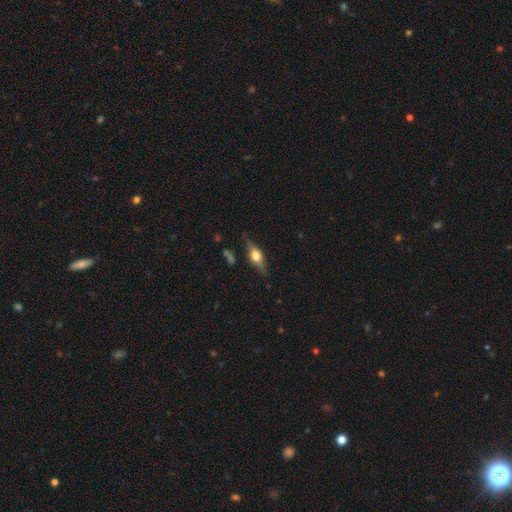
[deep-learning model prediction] Smooth or featured? Predicted: featured or disk (p=0.61). Edge-on disk? Predicted: yes (p=0.93). Edge-on bulge? Predicted: rounded (p=0.94). Merging? Predicted: none (p=0.79).